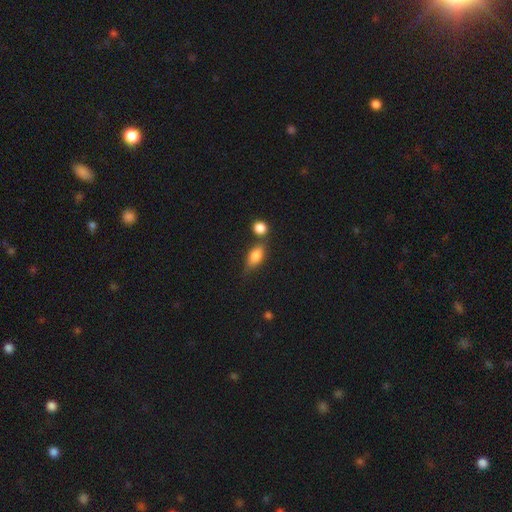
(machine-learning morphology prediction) smooth_or_featured: smooth (p=0.74) [alt: featured or disk p=0.17]
how_rounded: in between (p=0.78) [alt: cigar-shaped p=0.13]
merging: none (p=0.58) [alt: minor disturbance p=0.19]